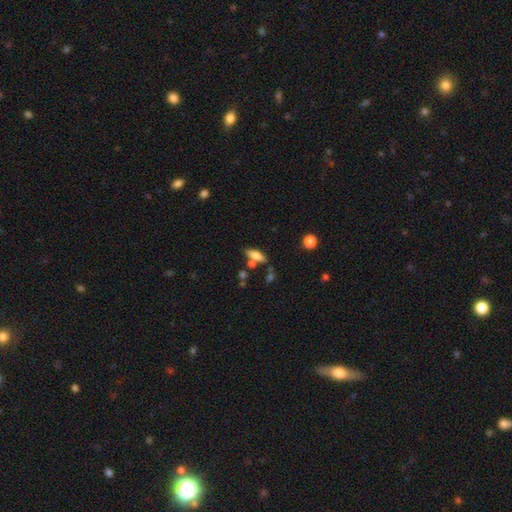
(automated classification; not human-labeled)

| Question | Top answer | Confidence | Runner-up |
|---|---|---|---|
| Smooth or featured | smooth | 62% | featured or disk (30%) |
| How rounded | in between | 59% | cigar-shaped (38%) |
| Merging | none | 61% | merger (17%) |